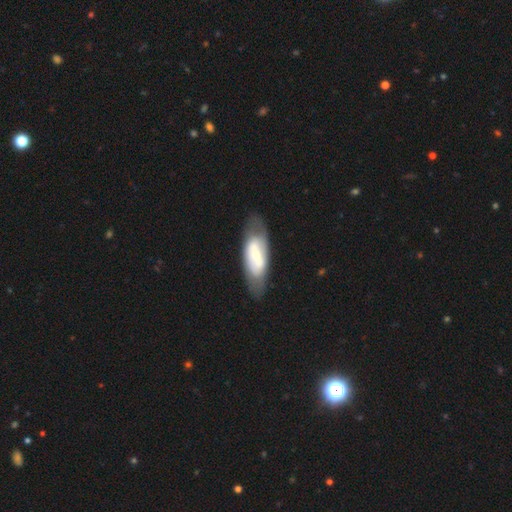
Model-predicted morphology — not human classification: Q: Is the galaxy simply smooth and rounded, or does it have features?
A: featured or disk — 53%.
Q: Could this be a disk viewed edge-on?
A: no — 84%.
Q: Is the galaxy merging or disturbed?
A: none — 70%.